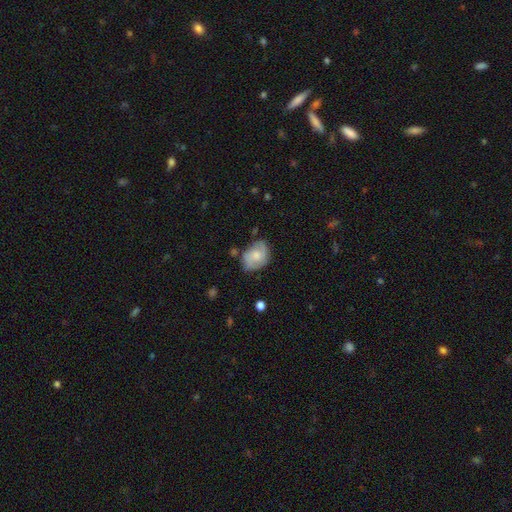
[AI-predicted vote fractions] smooth-or-featured: smooth: 50% | featured or disk: 43% | star or artifact: 7%
  merging: none: 59% | minor disturbance: 29% | major disturbance: 9% | merger: 3%